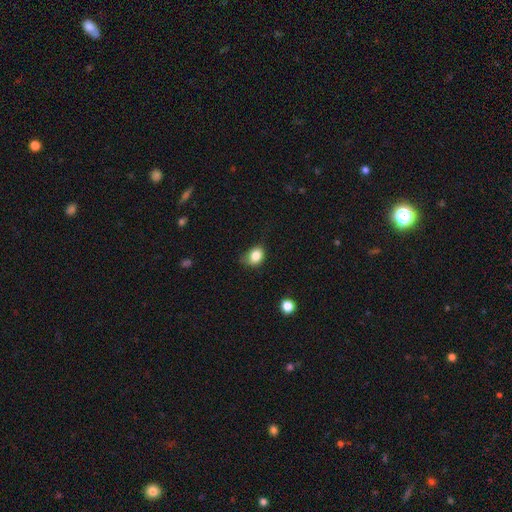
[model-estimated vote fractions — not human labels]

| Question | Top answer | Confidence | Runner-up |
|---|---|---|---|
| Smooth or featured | smooth | 83% | star or artifact (10%) |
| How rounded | in between | 59% | round (40%) |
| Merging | none | 53% | minor disturbance (35%) |